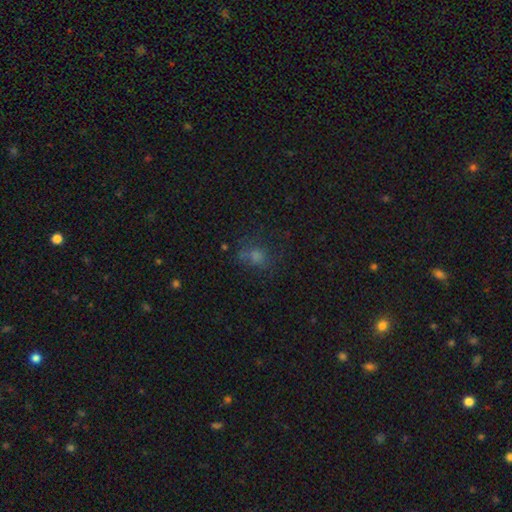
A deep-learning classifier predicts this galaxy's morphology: A smooth galaxy with no disk features (54%) that is round (63%).

Vote fractions:
- Smooth or featured? smooth: 54% / star or artifact: 32% / featured or disk: 14%
- How rounded? round: 63% / in between: 35% / cigar-shaped: 2%
- Merging? none: 62% / minor disturbance: 19% / major disturbance: 14% / merger: 6%